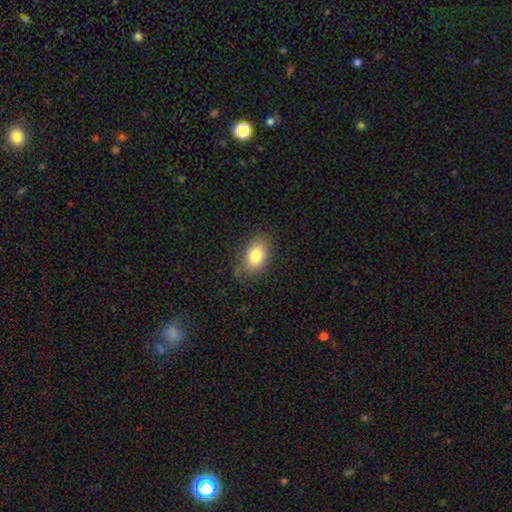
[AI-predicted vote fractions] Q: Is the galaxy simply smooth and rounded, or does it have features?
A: smooth — 81%.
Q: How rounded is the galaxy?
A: in between — 84%.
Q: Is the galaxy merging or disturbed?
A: none — 79%.